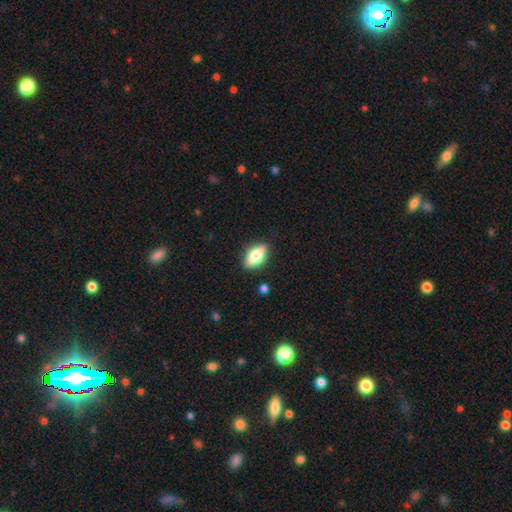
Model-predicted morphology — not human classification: type=smooth (56%); roundness=in between (78%); merging=none (85%).